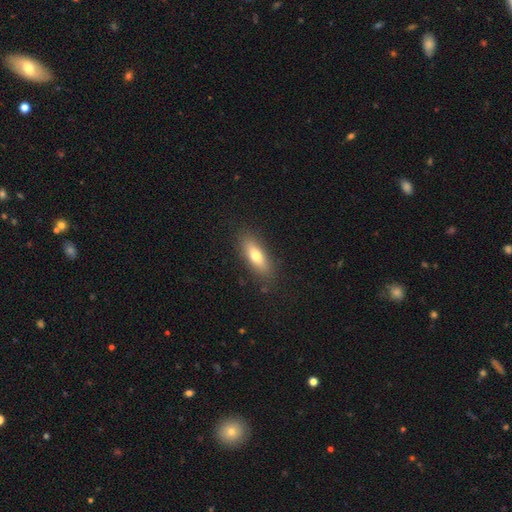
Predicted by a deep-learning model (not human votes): Smooth or featured? smooth (69%)
How rounded? in between (59%)
Merging? none (86%)